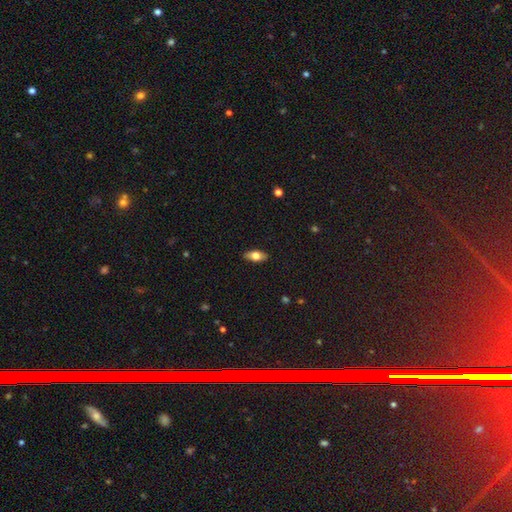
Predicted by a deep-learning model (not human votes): Smooth or featured? Predicted: smooth (p=0.71). How rounded? Predicted: in between (p=0.85). Merging? Predicted: none (p=0.89).